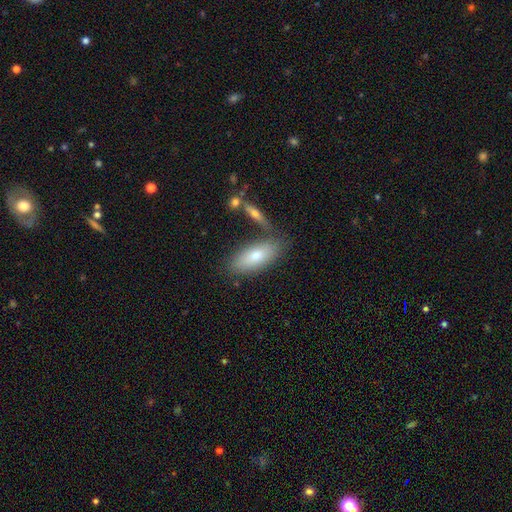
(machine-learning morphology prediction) This appears to be a smooth galaxy with no disk features (72%) that is in between round and cigar-shaped (82%). Merging: none (68%).